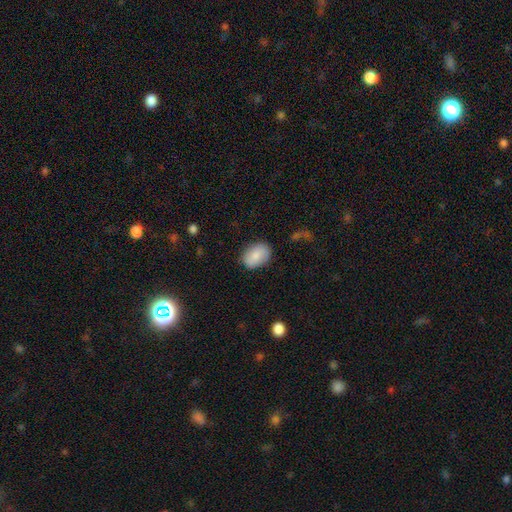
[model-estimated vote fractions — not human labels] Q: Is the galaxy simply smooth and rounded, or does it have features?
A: smooth — 80%.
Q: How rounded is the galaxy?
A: in between — 75%.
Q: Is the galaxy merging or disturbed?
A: none — 84%.